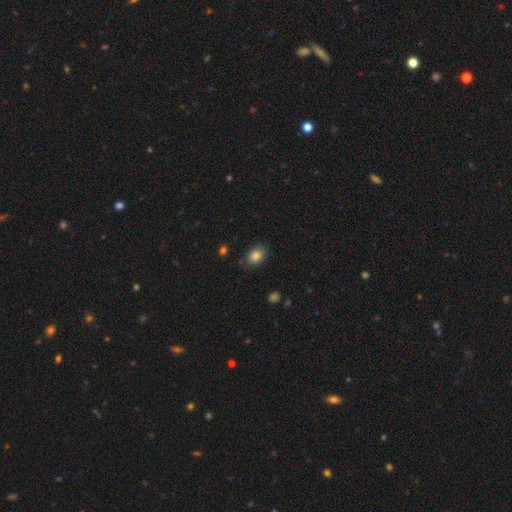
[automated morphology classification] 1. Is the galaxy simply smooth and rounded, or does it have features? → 84% smooth, 9% star or artifact, 7% featured or disk.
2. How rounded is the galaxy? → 74% in between, 25% round, 1% cigar-shaped.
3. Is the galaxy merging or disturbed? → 81% none, 14% minor disturbance, 3% major disturbance, 2% merger.